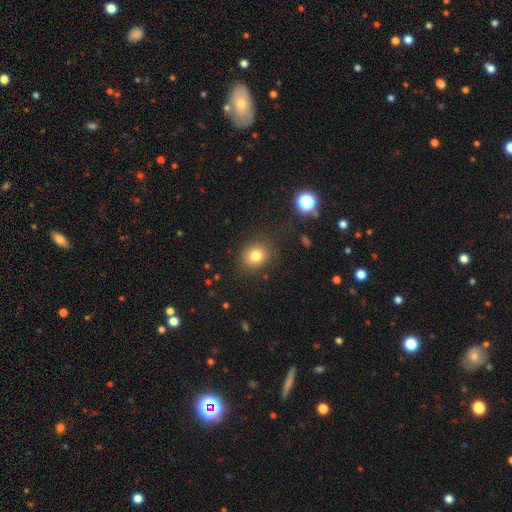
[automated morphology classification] smooth 79%, star or artifact 13%, featured or disk 8%. Down the decision tree: how rounded — round (66%); merging — none (85%).